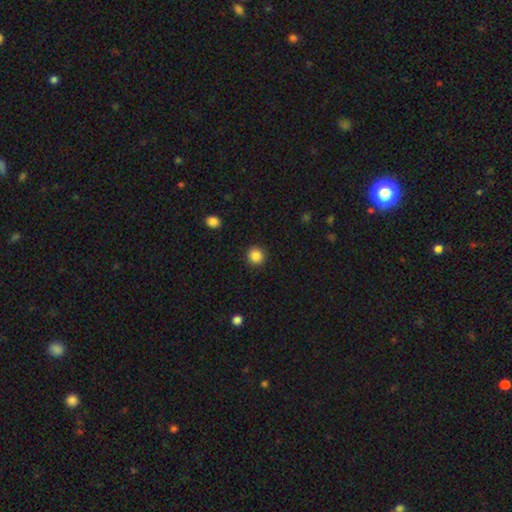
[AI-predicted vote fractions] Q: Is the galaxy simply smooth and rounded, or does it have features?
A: smooth — 86%.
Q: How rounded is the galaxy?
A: round — 92%.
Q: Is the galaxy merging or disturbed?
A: none — 91%.